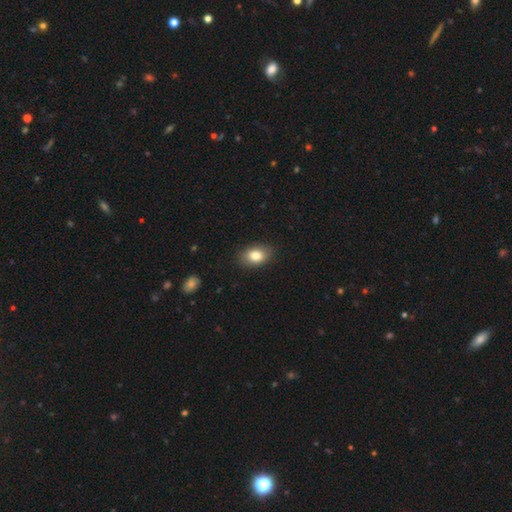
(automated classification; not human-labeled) Smooth or featured?
  - smooth: 82% *
  - featured or disk: 10%
  - star or artifact: 8%
How rounded?
  - in between: 84% *
  - round: 15%
  - cigar-shaped: 1%
Merging?
  - none: 87% *
  - minor disturbance: 10%
  - major disturbance: 2%
  - merger: 1%